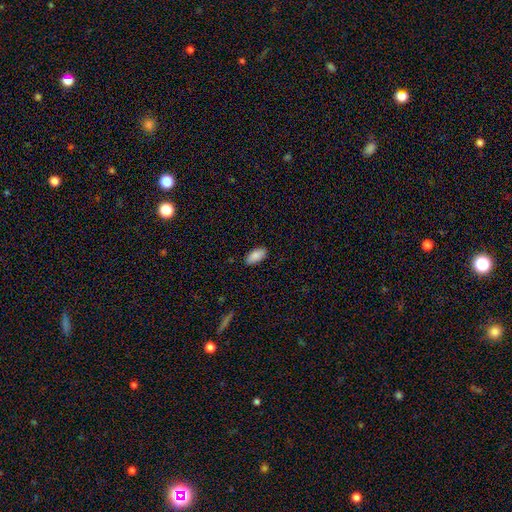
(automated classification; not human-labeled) Smooth or featured: smooth — 87% (star or artifact — 7%)
How rounded: in between — 93% (cigar-shaped — 5%)
Merging: none — 88% (minor disturbance — 9%)